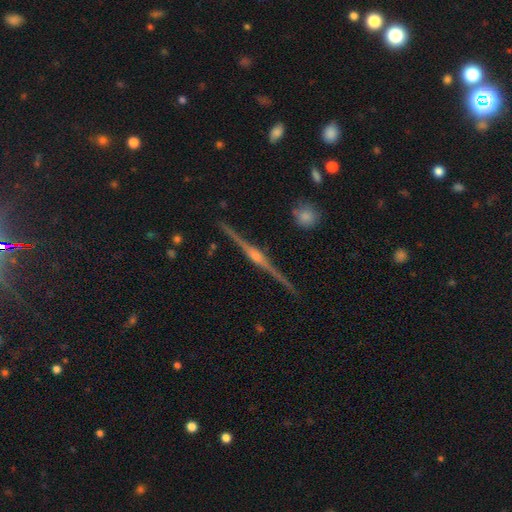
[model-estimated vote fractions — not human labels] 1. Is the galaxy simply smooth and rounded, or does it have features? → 90% featured or disk, 5% star or artifact, 5% smooth.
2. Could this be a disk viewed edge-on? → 99% yes, 1% no.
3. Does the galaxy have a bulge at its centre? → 88% rounded, 7% boxy, 5% none.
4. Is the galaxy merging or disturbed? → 92% none, 5% minor disturbance, 1% major disturbance, 1% merger.